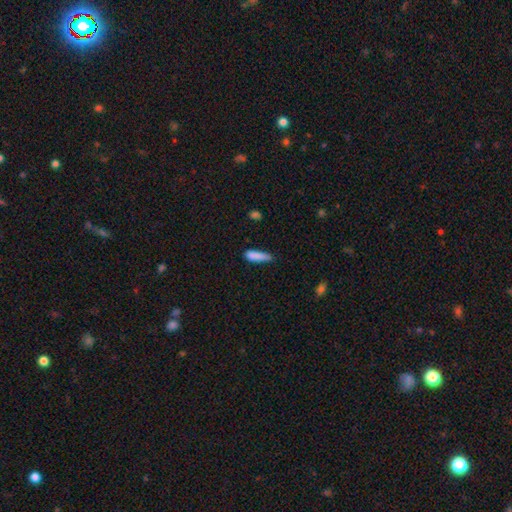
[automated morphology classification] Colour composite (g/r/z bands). It shows a smooth galaxy with no disk features (86%) that is cigar-shaped (72%). Merging: none (60%).